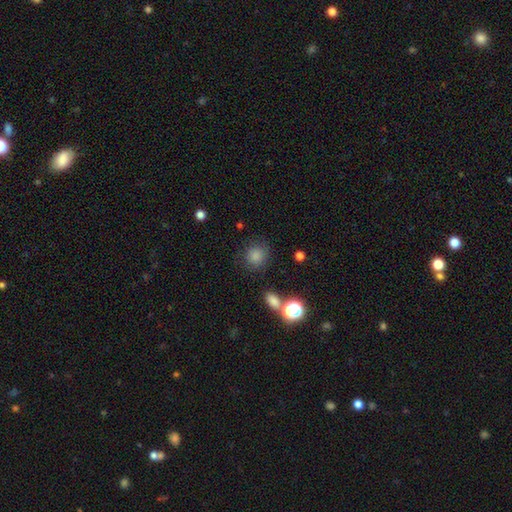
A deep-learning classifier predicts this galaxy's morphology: type=smooth (82%); roundness=round (86%); merging=none (80%).